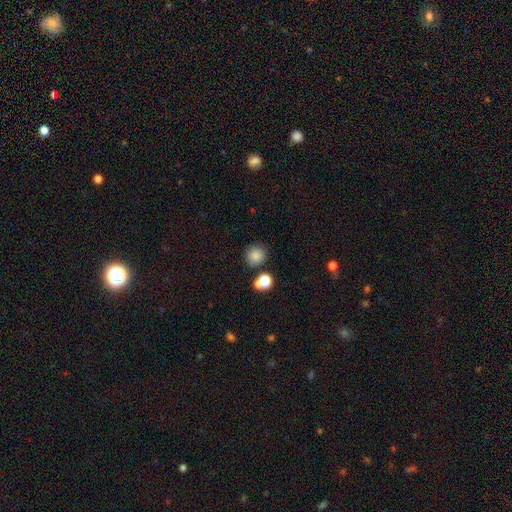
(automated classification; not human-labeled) Q: Smooth or featured?
A: smooth (82%); runner-up: star or artifact (12%)
Q: How rounded?
A: round (89%); runner-up: in between (10%)
Q: Merging?
A: none (76%); runner-up: merger (11%)